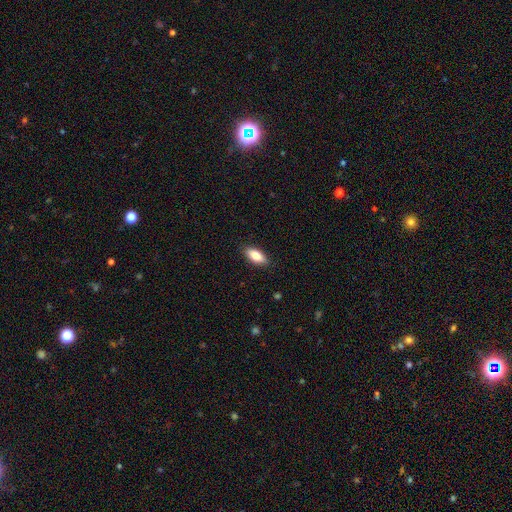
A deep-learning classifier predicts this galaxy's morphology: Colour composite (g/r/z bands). It shows a smooth galaxy with no disk features (82%) that is in between round and cigar-shaped (85%). Merging: none (88%).